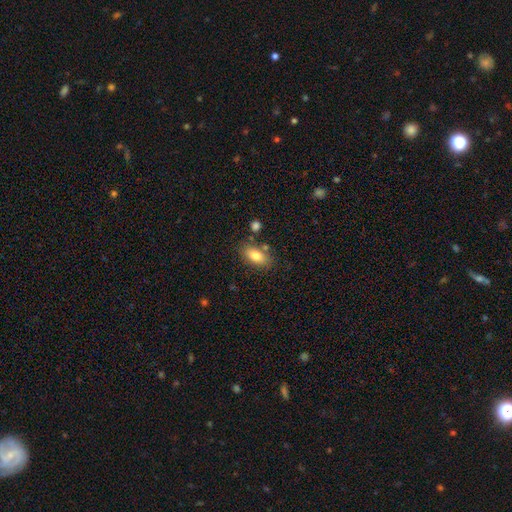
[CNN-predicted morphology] smooth 79%, featured or disk 13%, star or artifact 8%. Down the decision tree: how rounded — in between (88%); merging — none (77%).